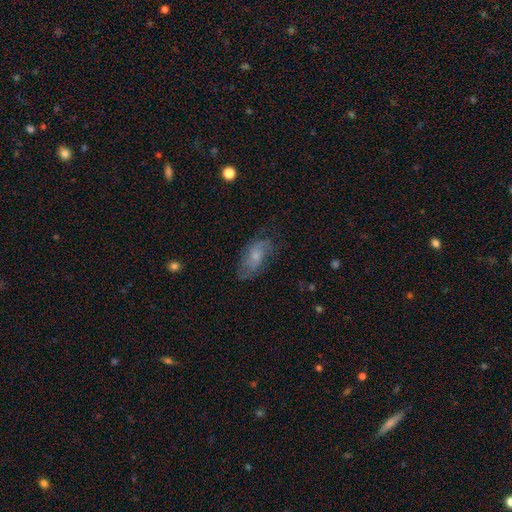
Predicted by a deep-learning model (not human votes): smooth-or-featured: smooth: 51% | featured or disk: 41% | star or artifact: 9%
  how-rounded: in between: 88% | cigar-shaped: 6% | round: 6%
  merging: none: 61% | minor disturbance: 24% | major disturbance: 13% | merger: 2%